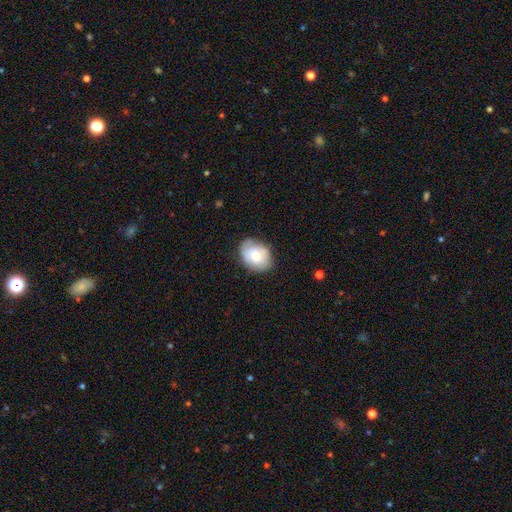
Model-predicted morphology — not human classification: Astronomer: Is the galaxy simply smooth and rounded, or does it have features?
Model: smooth — 67%.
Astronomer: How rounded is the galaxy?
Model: in between — 64%.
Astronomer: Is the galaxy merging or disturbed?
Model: none — 71%.